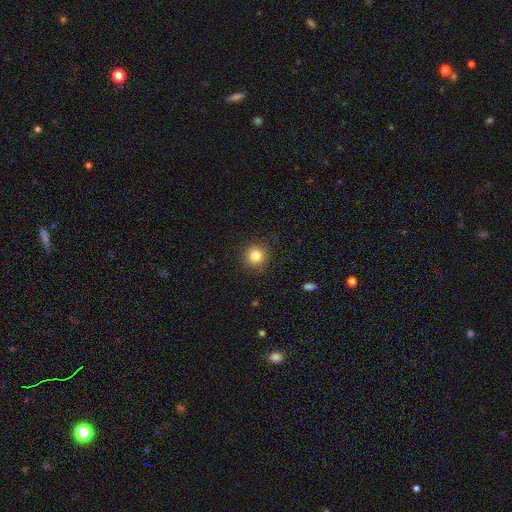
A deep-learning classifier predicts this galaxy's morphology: Overall: smooth (83%). How rounded: round (94%). Merging: none (91%).